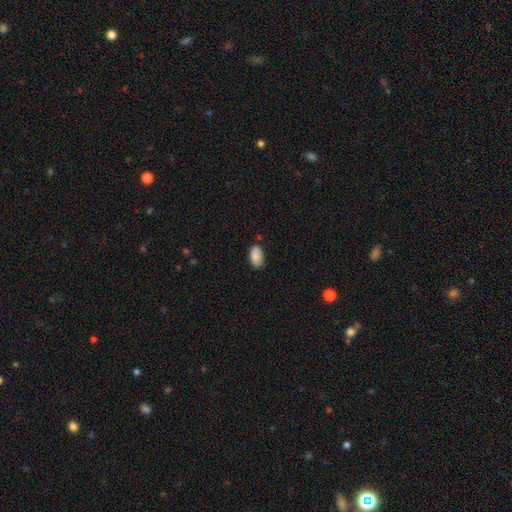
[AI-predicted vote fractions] This appears to be a smooth galaxy with no disk features (88%) that is in between round and cigar-shaped (95%). Merging: none (80%).